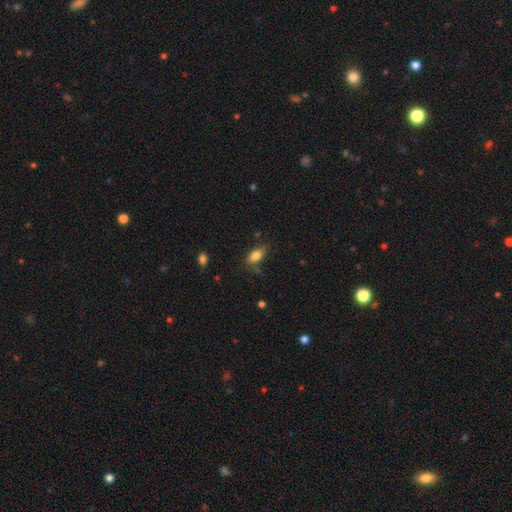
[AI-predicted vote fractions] Morphology: type=smooth (82%); roundness=in between (87%); merging=none (71%).